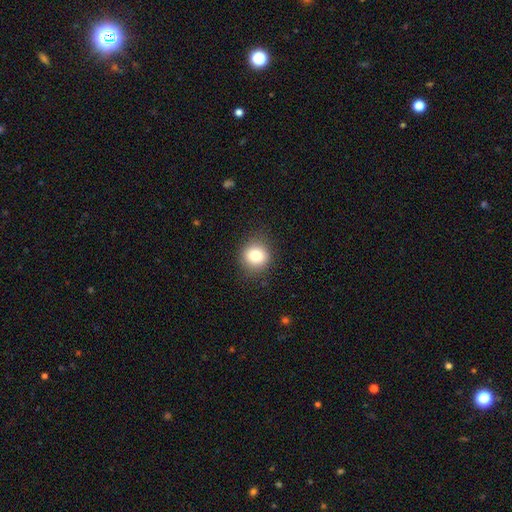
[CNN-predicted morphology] A smooth galaxy with no disk features (81%) that is round (88%).

Vote fractions:
- Smooth or featured? smooth: 81% / star or artifact: 10% / featured or disk: 9%
- How rounded? round: 88% / in between: 11% / cigar-shaped: 1%
- Merging? none: 87% / minor disturbance: 9% / major disturbance: 3% / merger: 1%